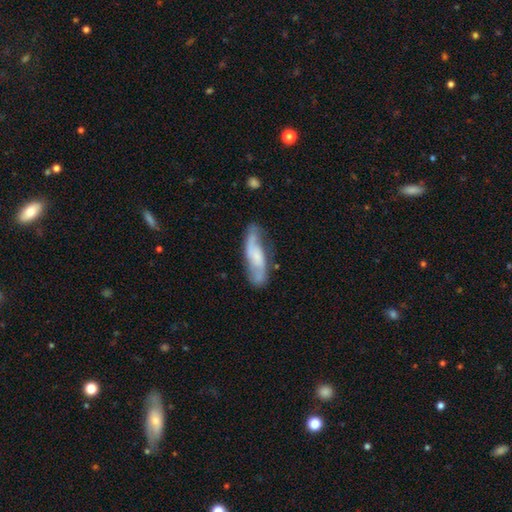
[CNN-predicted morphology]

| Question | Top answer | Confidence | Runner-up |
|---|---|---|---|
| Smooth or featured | featured or disk | 67% | smooth (27%) |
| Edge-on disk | no | 85% | yes (15%) |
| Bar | no | 51% | weak (36%) |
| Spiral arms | yes | 92% | no (8%) |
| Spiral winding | loose | 46% | medium (39%) |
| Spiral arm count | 2 | 85% | can't tell (8%) |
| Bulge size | small | 45% | moderate (24%) |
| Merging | none | 67% | minor disturbance (22%) |